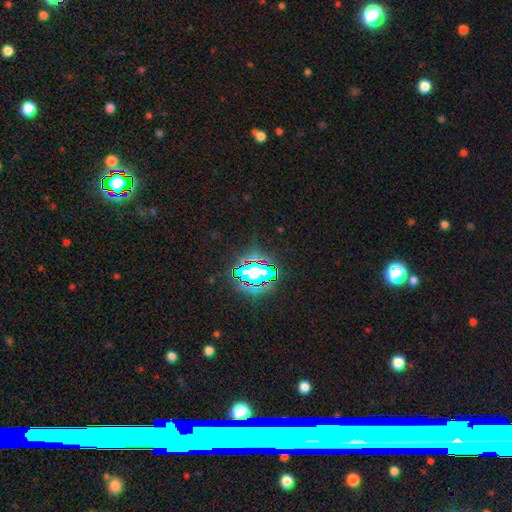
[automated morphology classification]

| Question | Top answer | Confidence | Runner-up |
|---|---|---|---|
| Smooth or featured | star or artifact | 69% | featured or disk (18%) |